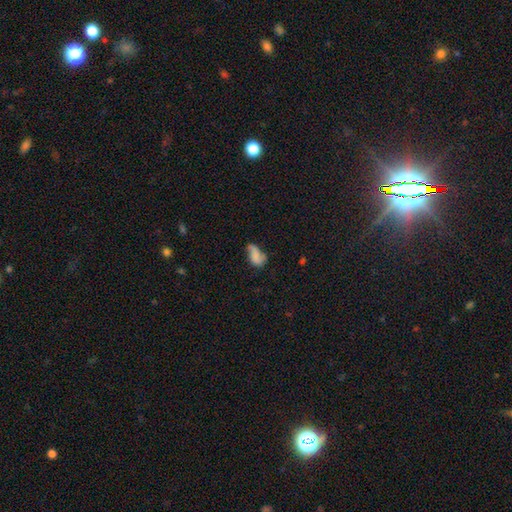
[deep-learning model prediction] A smooth galaxy with no disk features (68%) that is in between round and cigar-shaped (89%). Merging: minor disturbance (35%).